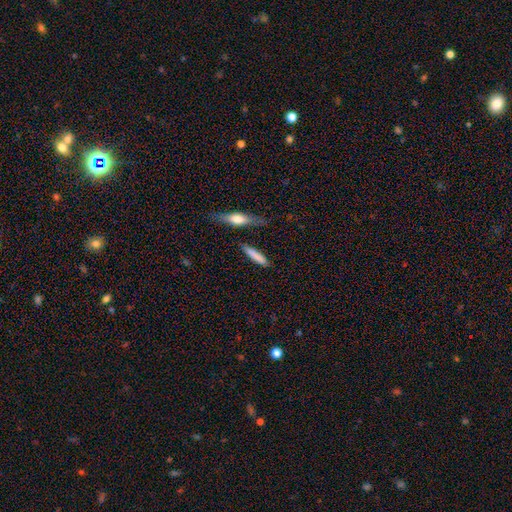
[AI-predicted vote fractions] Smooth or featured? Predicted: smooth (p=0.79). How rounded? Predicted: cigar-shaped (p=0.82). Merging? Predicted: none (p=0.78).